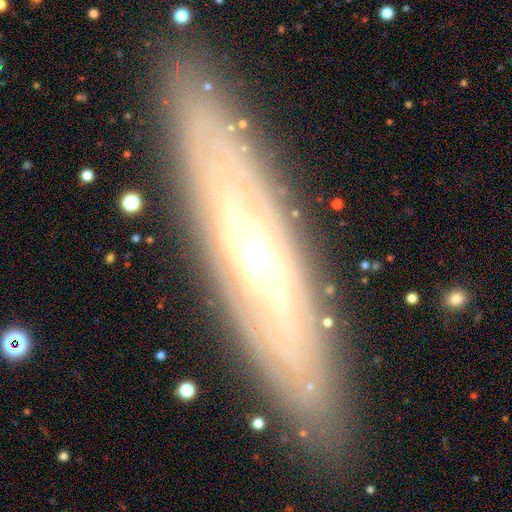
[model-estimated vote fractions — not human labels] Smooth or featured?
  - featured or disk: 74% *
  - smooth: 19%
  - star or artifact: 7%
Edge-on disk?
  - yes: 51% *
  - no: 49%
Merging?
  - none: 87% *
  - minor disturbance: 9%
  - major disturbance: 2%
  - merger: 1%